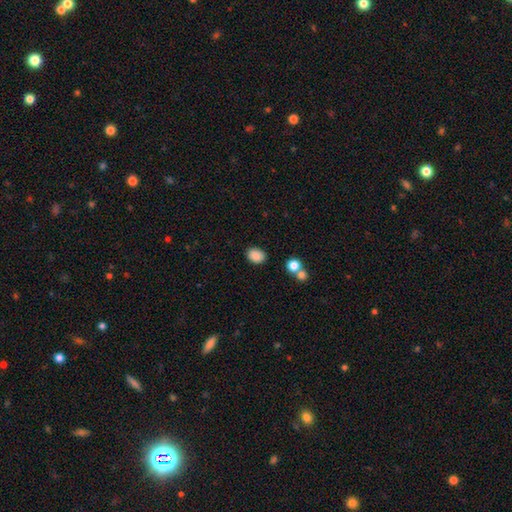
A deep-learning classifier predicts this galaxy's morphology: Smooth or featured? smooth (87%)
How rounded? in between (69%)
Merging? none (83%)